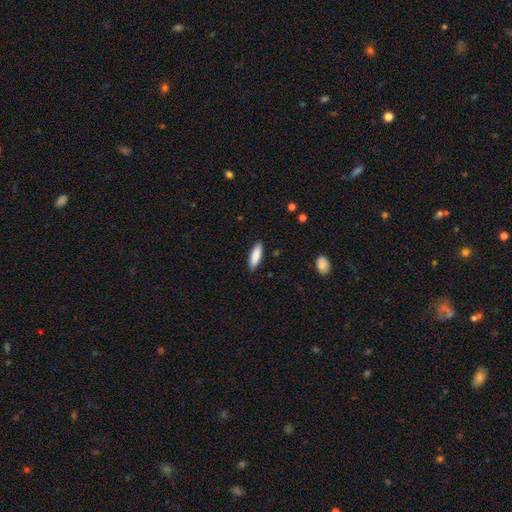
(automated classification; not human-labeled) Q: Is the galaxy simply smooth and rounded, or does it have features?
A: smooth — 87%.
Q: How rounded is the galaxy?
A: in between — 50%.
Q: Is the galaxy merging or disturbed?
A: none — 89%.